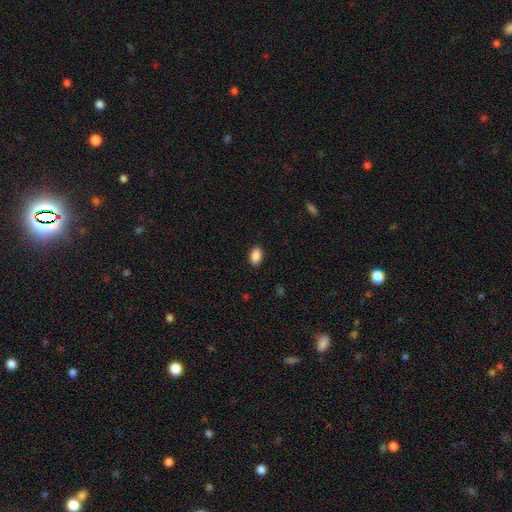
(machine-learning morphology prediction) smooth 89%, star or artifact 8%, featured or disk 3%. Down the decision tree: how rounded — in between (91%); merging — none (90%).